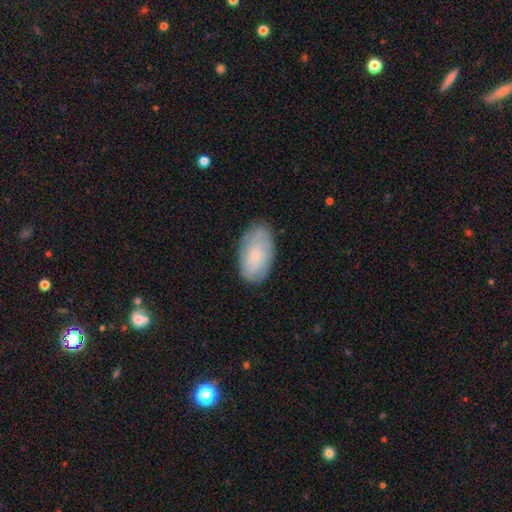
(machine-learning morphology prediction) smooth 54%, featured or disk 39%, star or artifact 7%. Down the decision tree: how rounded — in between (93%); merging — none (79%).